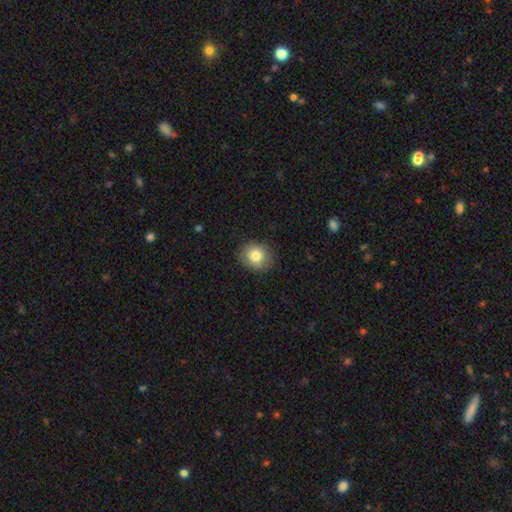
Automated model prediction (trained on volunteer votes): Smooth or featured?
  - smooth: 82% *
  - star or artifact: 9%
  - featured or disk: 8%
How rounded?
  - round: 76% *
  - in between: 23%
  - cigar-shaped: 1%
Merging?
  - none: 88% *
  - minor disturbance: 9%
  - major disturbance: 2%
  - merger: 1%